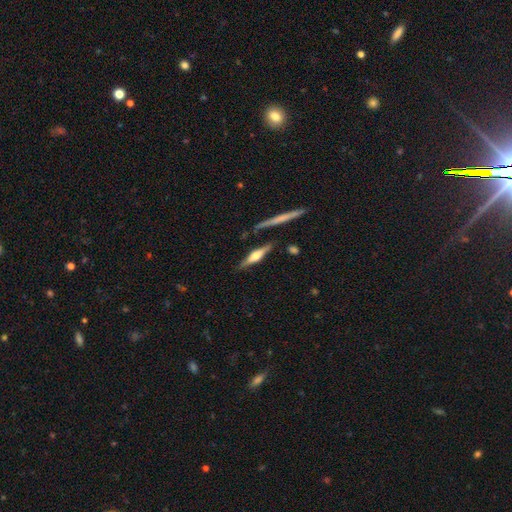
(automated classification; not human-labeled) Smooth or featured: featured or disk — 58% (smooth — 36%)
Edge-on disk: yes — 95% (no — 5%)
Edge-on bulge: rounded — 80% (boxy — 14%)
Merging: none — 80% (minor disturbance — 12%)